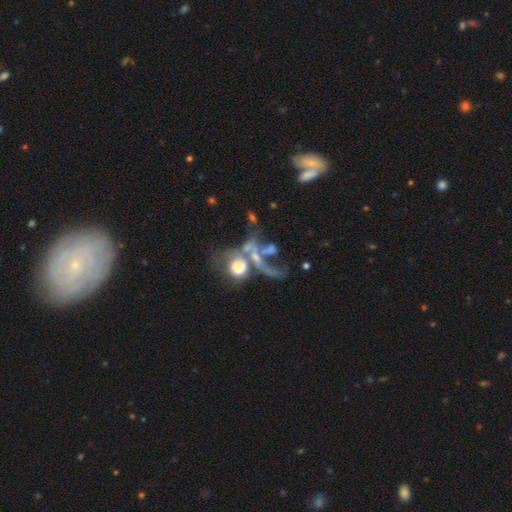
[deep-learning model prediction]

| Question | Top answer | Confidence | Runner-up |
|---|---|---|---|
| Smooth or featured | featured or disk | 49% | smooth (35%) |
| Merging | merger | 50% | major disturbance (29%) |